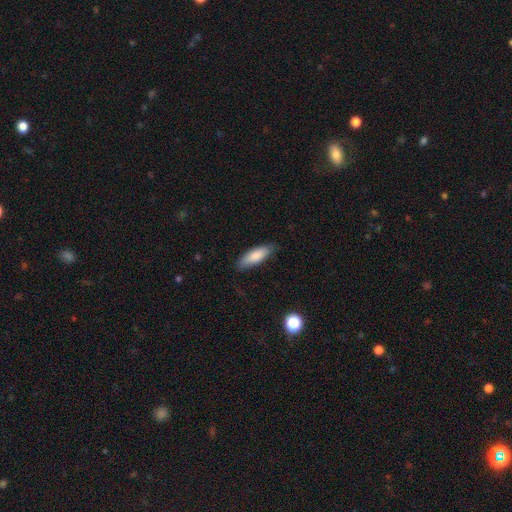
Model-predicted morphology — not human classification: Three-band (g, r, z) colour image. It shows a smooth galaxy with no disk features (84%) that is in between round and cigar-shaped (59%). Merging: none (82%).